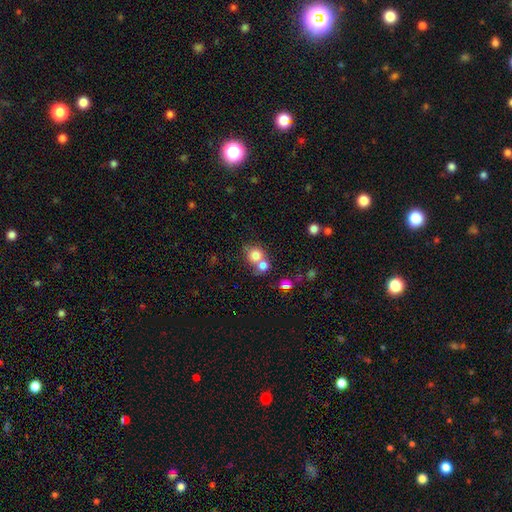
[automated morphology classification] The model was most divided on "merging": merger: 51%, none: 38%, minor disturbance: 7%, major disturbance: 4%. More confident: how rounded — round (80%); smooth or featured — smooth (76%).